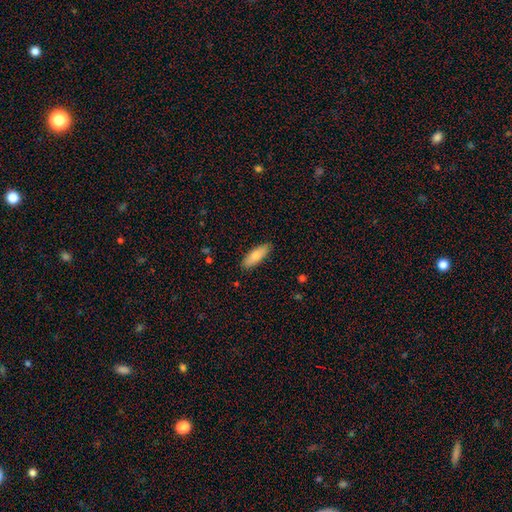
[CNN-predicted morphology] Q: Smooth or featured?
A: smooth (80%); runner-up: featured or disk (14%)
Q: How rounded?
A: in between (58%); runner-up: cigar-shaped (40%)
Q: Merging?
A: none (88%); runner-up: minor disturbance (9%)